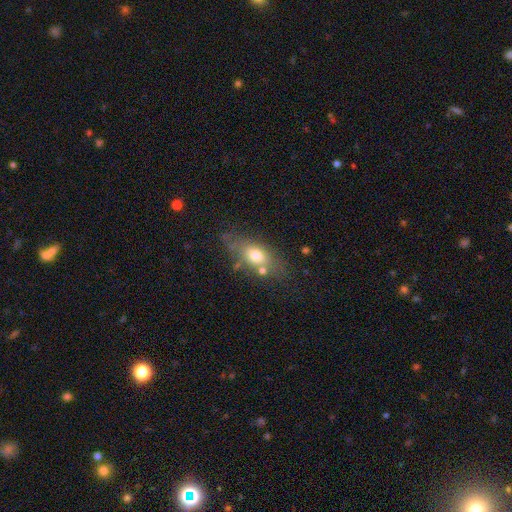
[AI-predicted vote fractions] smooth_or_featured: smooth (p=0.68) [alt: featured or disk p=0.23]
how_rounded: in between (p=0.74) [alt: cigar-shaped p=0.13]
merging: none (p=0.63) [alt: minor disturbance p=0.19]